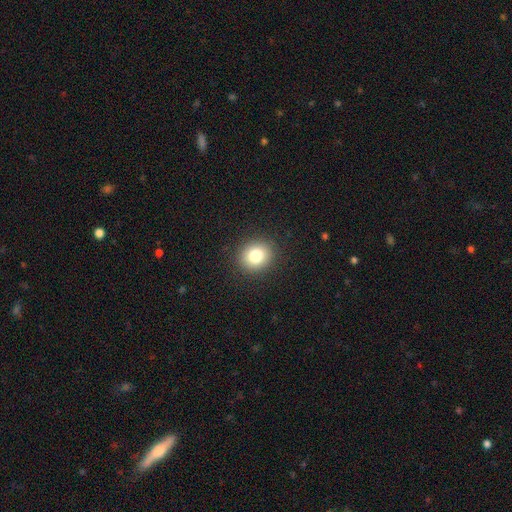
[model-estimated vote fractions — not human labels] A smooth galaxy with no disk features (81%) that is round (78%). Merging: none (90%).